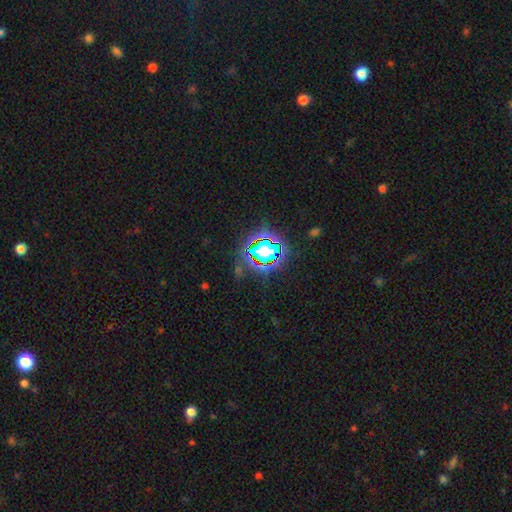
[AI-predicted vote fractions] Overall: star or artifact (72%).